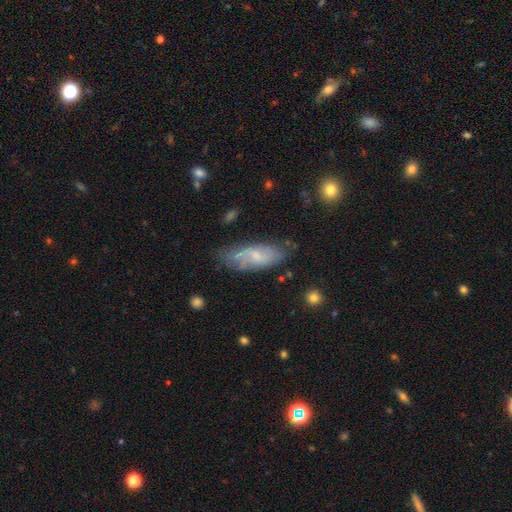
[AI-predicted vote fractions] Overall: featured or disk (51%; smooth 42%). Edge-on disk: no (82%). Merging: none (65%; minor disturbance 25%).